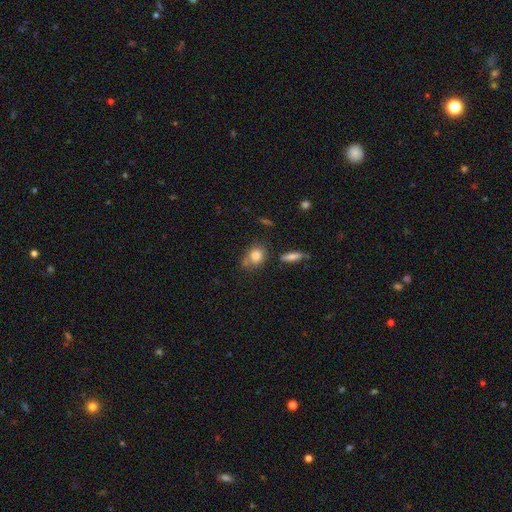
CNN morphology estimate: A smooth galaxy with no disk features (81%) that is round (56%). Merging: none (59%).